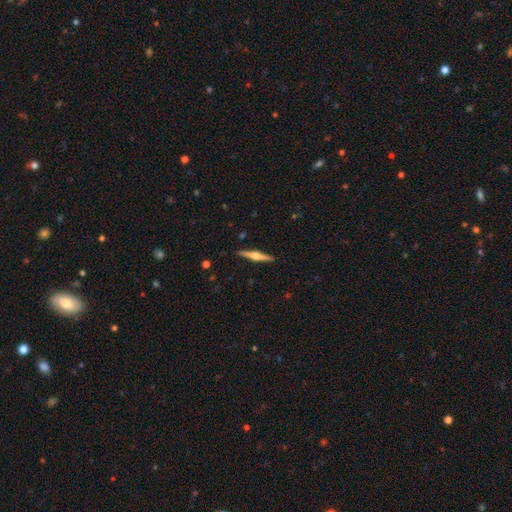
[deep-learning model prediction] smooth-or-featured: featured or disk: 75% | smooth: 20% | star or artifact: 5%
  disk-edge-on: yes: 98% | no: 2%
    edge-on-bulge: rounded: 94% | boxy: 4% | none: 2%
  merging: none: 92% | minor disturbance: 6% | major disturbance: 1% | merger: 1%